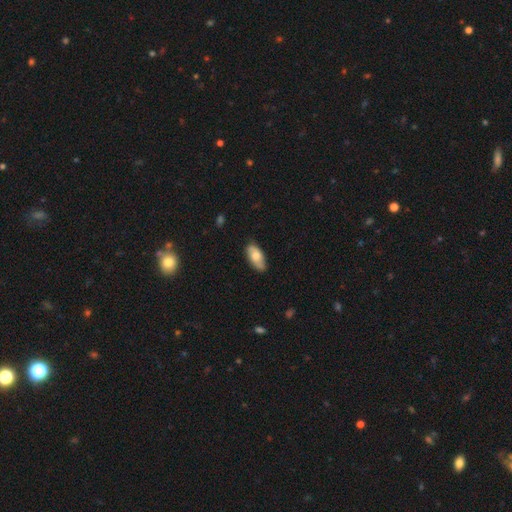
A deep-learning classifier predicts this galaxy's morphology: smooth_or_featured: smooth (p=0.69) [alt: featured or disk p=0.24]
how_rounded: in between (p=0.90) [alt: cigar-shaped p=0.08]
merging: none (p=0.77) [alt: minor disturbance p=0.19]